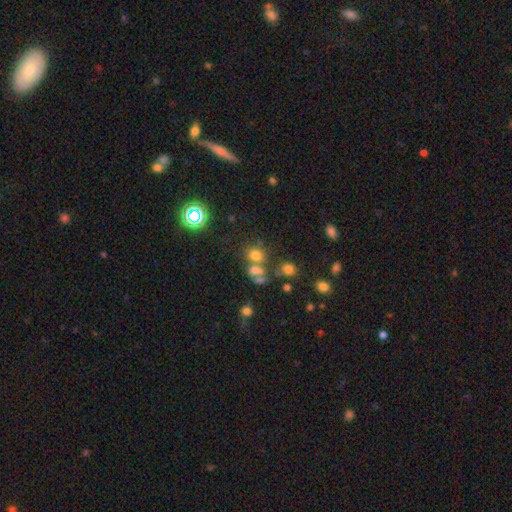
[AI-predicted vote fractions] Smooth or featured? Predicted: smooth (p=0.68). How rounded? Predicted: round (p=0.68). Merging? Predicted: none (p=0.51).